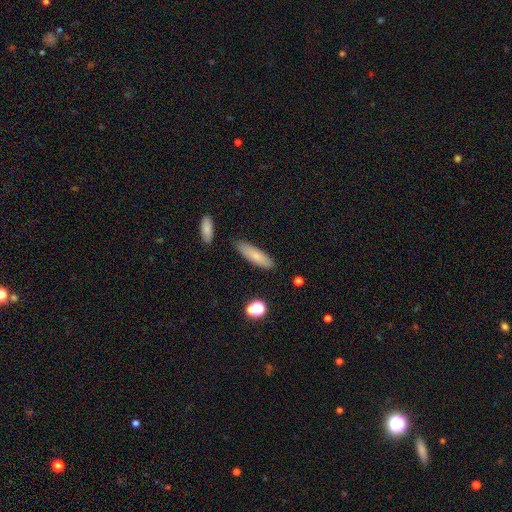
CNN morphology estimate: Smooth or featured? Predicted: smooth (p=0.77). How rounded? Predicted: cigar-shaped (p=0.60). Merging? Predicted: none (p=0.84).